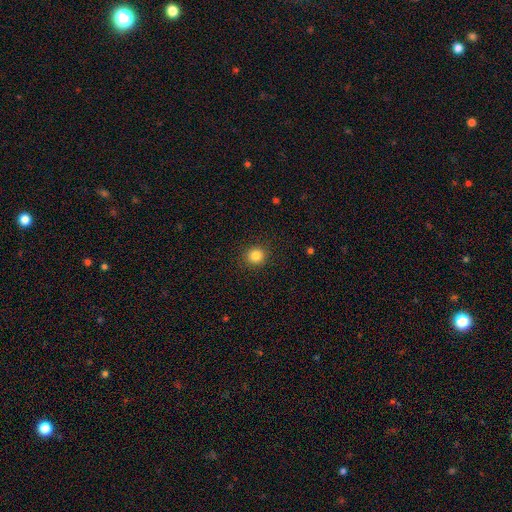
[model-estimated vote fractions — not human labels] smooth-or-featured: smooth: 84% | star or artifact: 11% | featured or disk: 4%
  how-rounded: round: 92% | in between: 8% | cigar-shaped: 1%
  merging: none: 91% | minor disturbance: 6% | major disturbance: 2% | merger: 1%